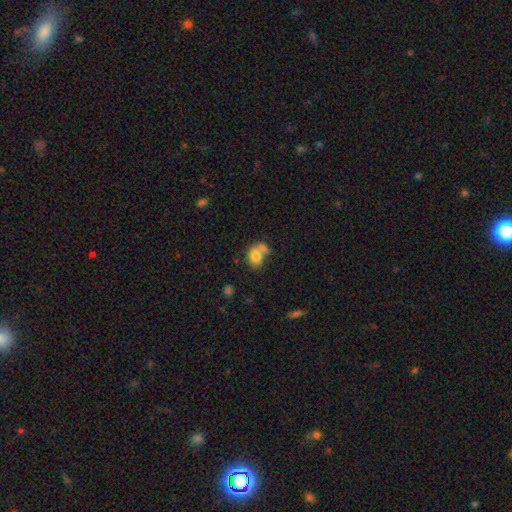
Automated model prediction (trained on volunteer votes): Smooth or featured? Predicted: smooth (p=0.79). How rounded? Predicted: in between (p=0.72). Merging? Predicted: merger (p=0.49).